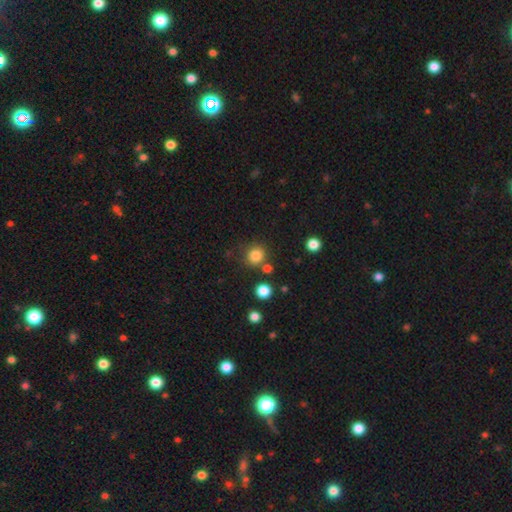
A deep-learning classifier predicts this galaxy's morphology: Smooth or featured?
  - smooth: 83% *
  - star or artifact: 12%
  - featured or disk: 5%
How rounded?
  - round: 89% *
  - in between: 10%
  - cigar-shaped: 1%
Merging?
  - none: 80% *
  - minor disturbance: 9%
  - merger: 8%
  - major disturbance: 3%